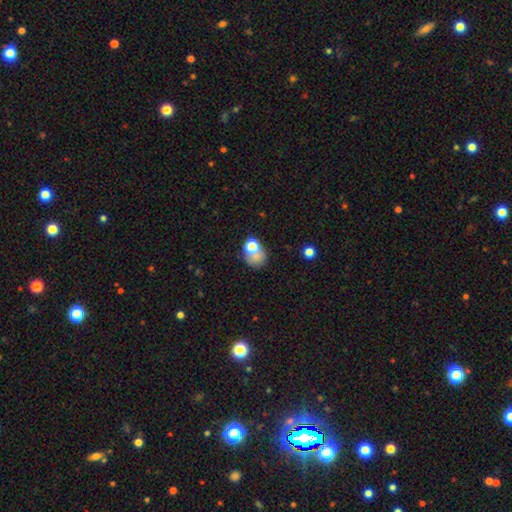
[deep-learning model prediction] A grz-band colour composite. It shows a smooth galaxy with no disk features (68%) that is round (57%). Merging: none (41%).